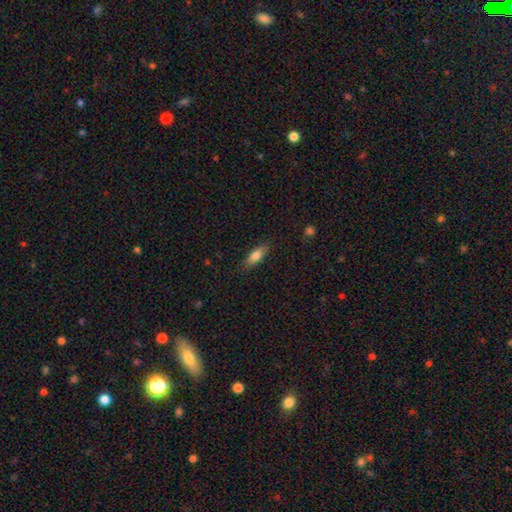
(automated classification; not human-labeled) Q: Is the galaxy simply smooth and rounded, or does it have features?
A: smooth — 78%.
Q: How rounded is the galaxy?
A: in between — 68%.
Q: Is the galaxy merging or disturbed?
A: none — 83%.